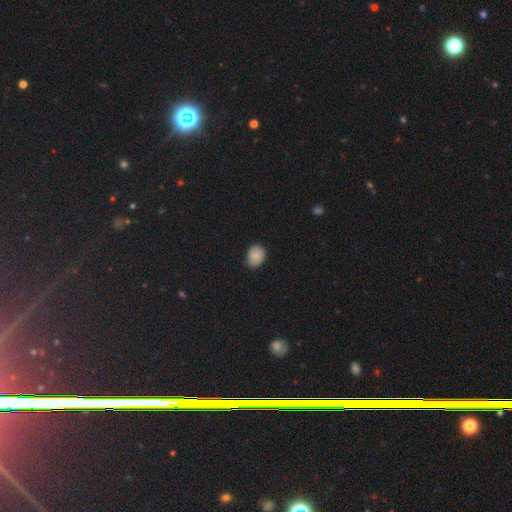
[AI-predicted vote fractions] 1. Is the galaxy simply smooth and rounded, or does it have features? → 85% smooth, 9% star or artifact, 7% featured or disk.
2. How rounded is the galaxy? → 50% in between, 49% round, 1% cigar-shaped.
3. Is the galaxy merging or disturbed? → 76% none, 20% minor disturbance, 3% major disturbance, 1% merger.